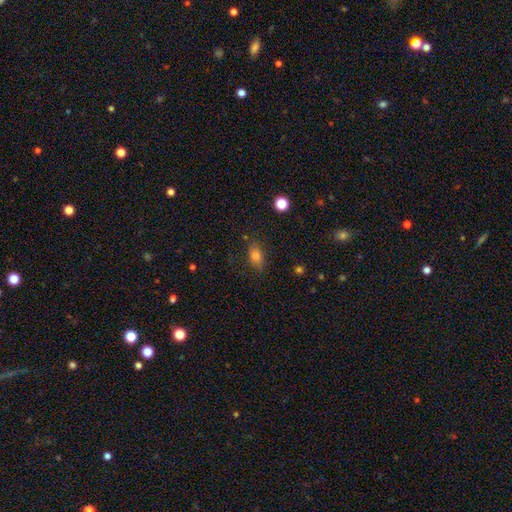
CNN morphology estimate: Q: Smooth or featured?
A: smooth (75%); runner-up: star or artifact (15%)
Q: How rounded?
A: in between (75%); runner-up: round (20%)
Q: Merging?
A: none (78%); runner-up: minor disturbance (16%)